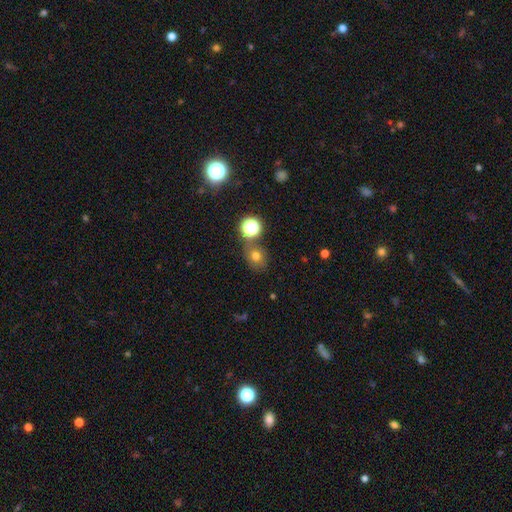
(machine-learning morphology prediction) A smooth galaxy with no disk features (69%) that is round (69%). Merging: none (67%).